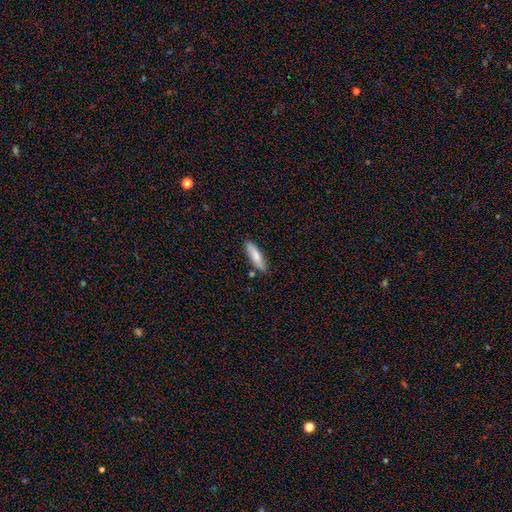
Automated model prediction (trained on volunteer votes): Smooth or featured: smooth — 77% (featured or disk — 17%)
How rounded: cigar-shaped — 58% (in between — 41%)
Merging: none — 80% (minor disturbance — 13%)